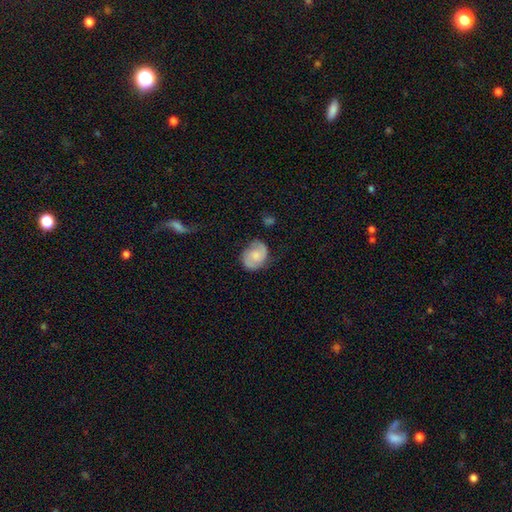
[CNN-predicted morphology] Smooth or featured? Predicted: featured or disk (p=0.50). Merging? Predicted: none (p=0.70).